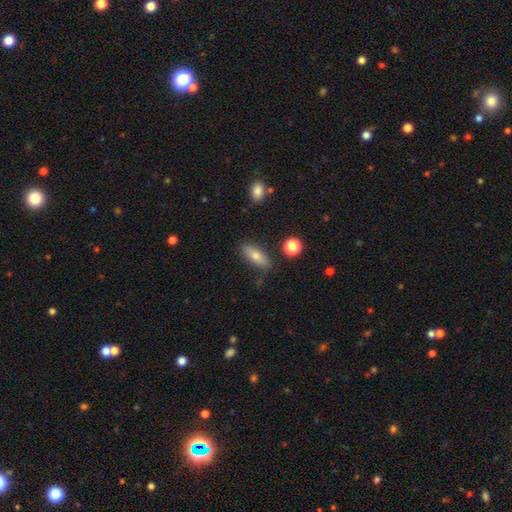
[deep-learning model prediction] Q: Smooth or featured?
A: smooth (72%); runner-up: featured or disk (19%)
Q: How rounded?
A: in between (62%); runner-up: cigar-shaped (35%)
Q: Merging?
A: none (83%); runner-up: minor disturbance (12%)